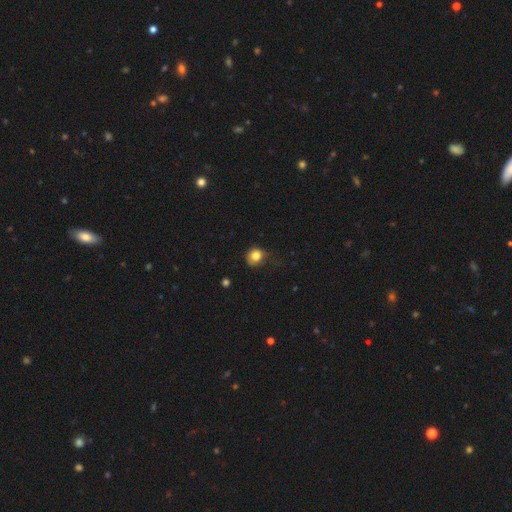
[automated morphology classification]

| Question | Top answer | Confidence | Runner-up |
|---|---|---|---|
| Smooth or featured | smooth | 81% | star or artifact (11%) |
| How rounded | round | 78% | in between (22%) |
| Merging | none | 56% | minor disturbance (30%) |